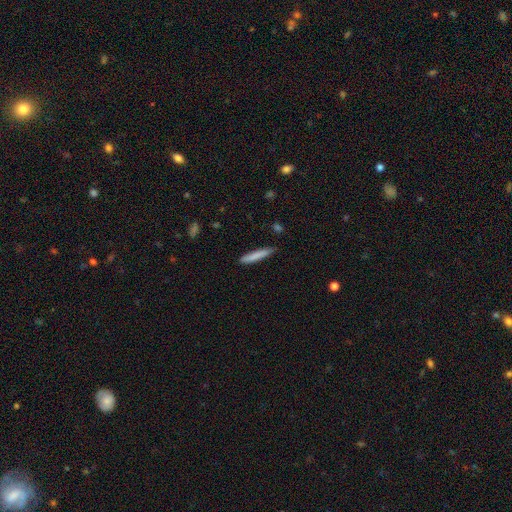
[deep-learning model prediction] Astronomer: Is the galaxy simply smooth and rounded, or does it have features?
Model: smooth — 80%.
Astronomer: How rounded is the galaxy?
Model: cigar-shaped — 93%.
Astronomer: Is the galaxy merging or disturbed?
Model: none — 83%.